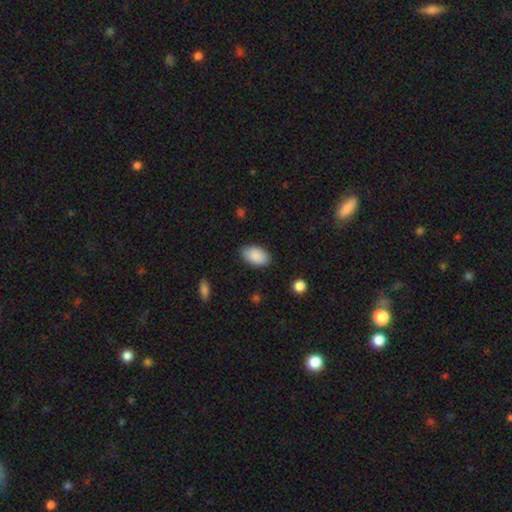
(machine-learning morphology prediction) Smooth or featured? Predicted: smooth (p=0.90). How rounded? Predicted: in between (p=0.94). Merging? Predicted: none (p=0.85).